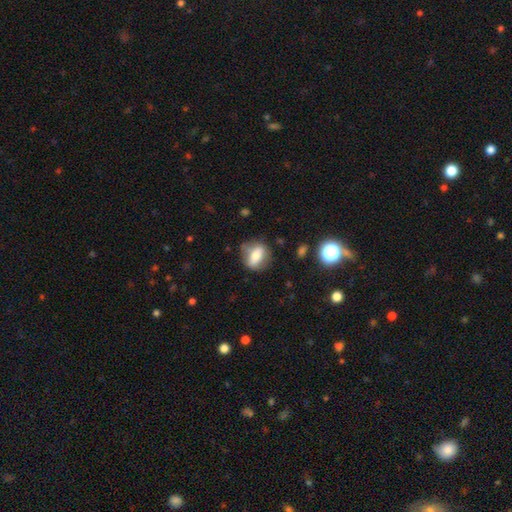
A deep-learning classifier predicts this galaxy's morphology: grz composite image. It shows a smooth galaxy with no disk features (60%) that is in between round and cigar-shaped (57%). Merging: none (70%).